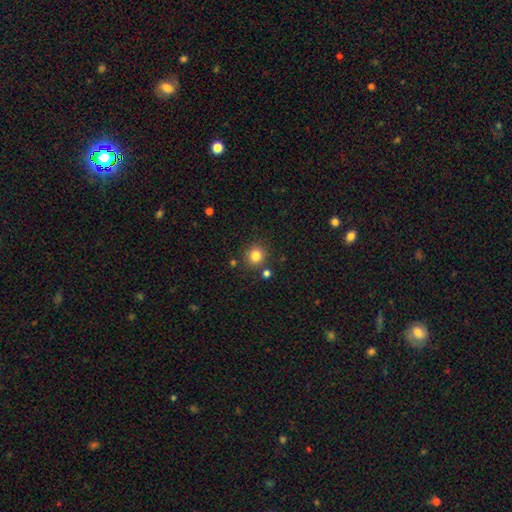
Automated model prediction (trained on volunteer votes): A smooth galaxy with no disk features (82%) that is round (89%).

Vote fractions:
- Smooth or featured? smooth: 82% / star or artifact: 12% / featured or disk: 5%
- How rounded? round: 89% / in between: 10% / cigar-shaped: 1%
- Merging? none: 83% / minor disturbance: 8% / merger: 6% / major disturbance: 3%